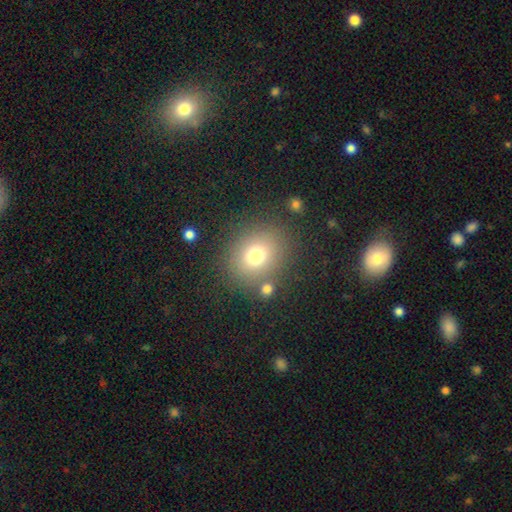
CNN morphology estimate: Q: Smooth or featured?
A: smooth (74%); runner-up: star or artifact (15%)
Q: How rounded?
A: round (72%); runner-up: in between (27%)
Q: Merging?
A: none (79%); runner-up: minor disturbance (10%)